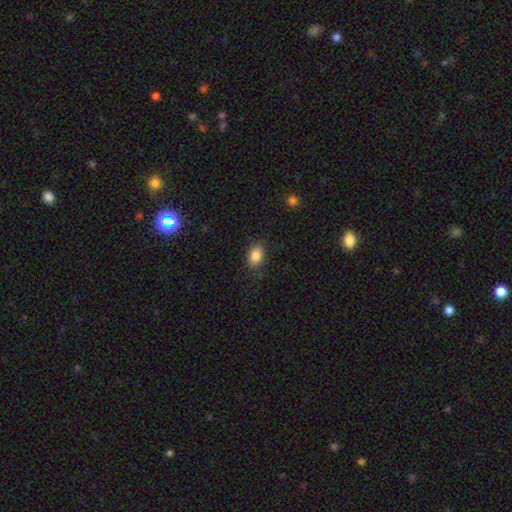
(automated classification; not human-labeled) This is clearly a smooth galaxy (86%). How rounded: clearly in between (87%). Merging: clearly none (82%).